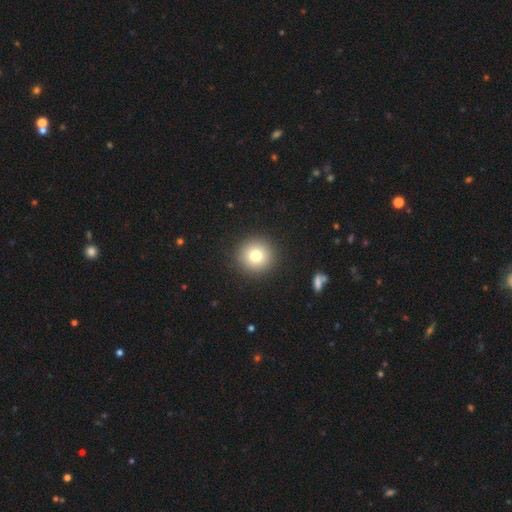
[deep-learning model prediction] Smooth or featured?
  - smooth: 78% *
  - star or artifact: 11%
  - featured or disk: 11%
How rounded?
  - round: 95% *
  - in between: 4%
  - cigar-shaped: 1%
Merging?
  - none: 92% *
  - minor disturbance: 5%
  - major disturbance: 2%
  - merger: 1%